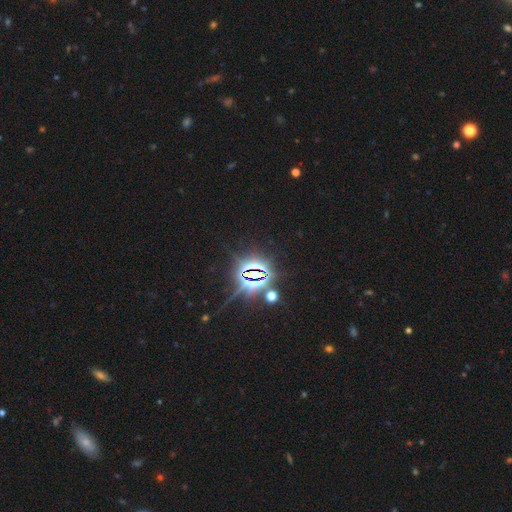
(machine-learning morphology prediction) smooth-or-featured: star or artifact: 85% | smooth: 8% | featured or disk: 6%